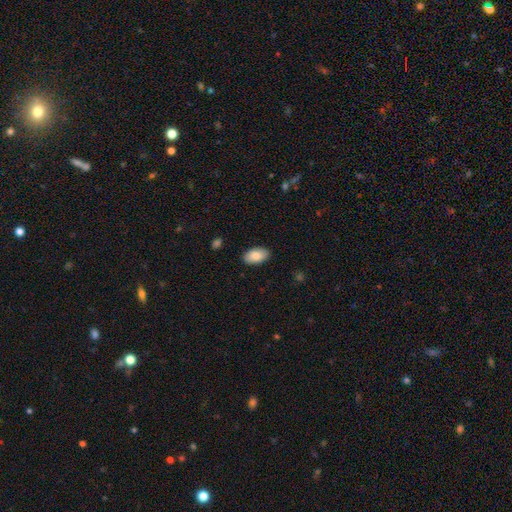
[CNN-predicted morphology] smooth_or_featured: smooth (p=0.84) [alt: featured or disk p=0.10]
how_rounded: in between (p=0.94) [alt: round p=0.04]
merging: none (p=0.88) [alt: minor disturbance p=0.09]